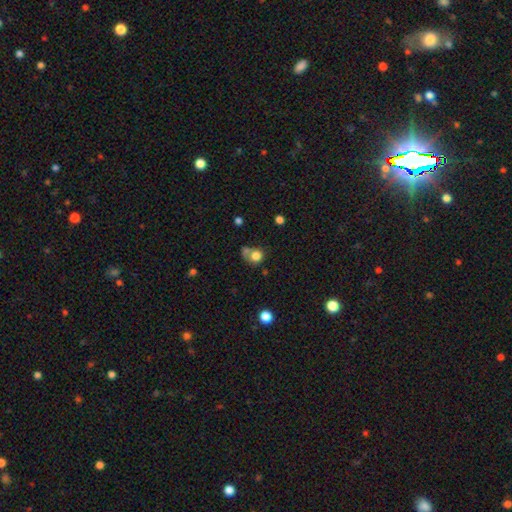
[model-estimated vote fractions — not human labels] Morphology: type=smooth (78%); roundness=round (77%); merging=none (42%).